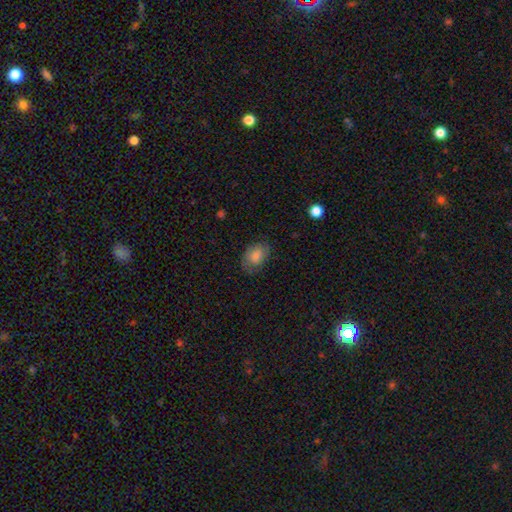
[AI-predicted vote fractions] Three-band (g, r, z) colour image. It shows a smooth galaxy with no disk features (76%) that is in between round and cigar-shaped (76%). Merging: none (72%).